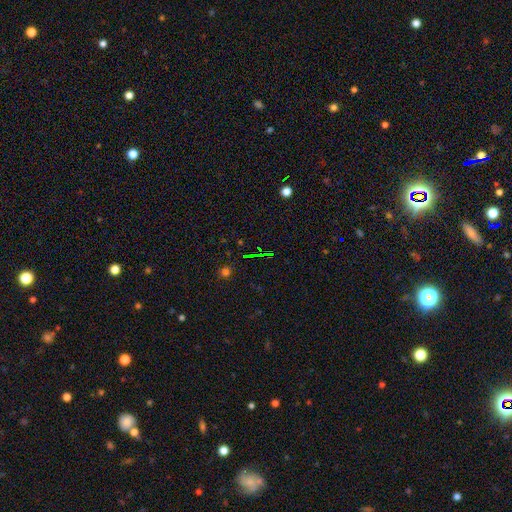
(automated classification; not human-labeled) Smooth or featured: star or artifact — 68% (smooth — 19%)